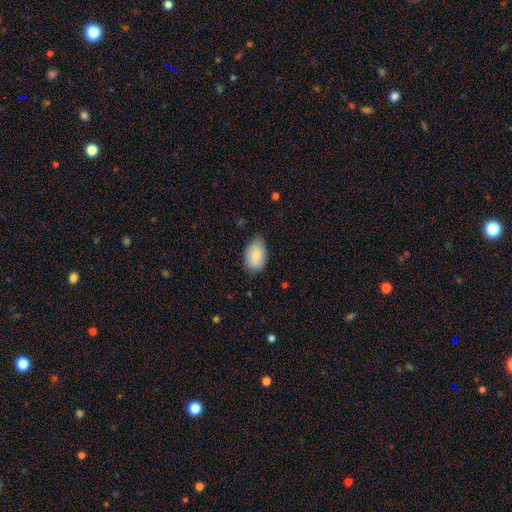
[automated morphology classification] A smooth galaxy with no disk features (79%) that is in between round and cigar-shaped (90%). Merging: none (75%).